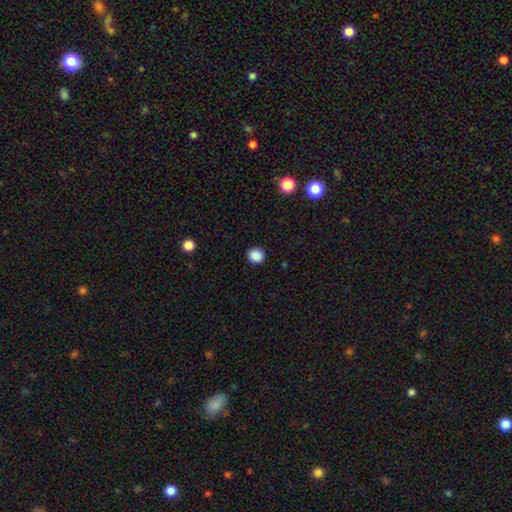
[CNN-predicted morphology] Smooth or featured? Predicted: smooth (p=0.88). How rounded? Predicted: round (p=0.86). Merging? Predicted: none (p=0.92).